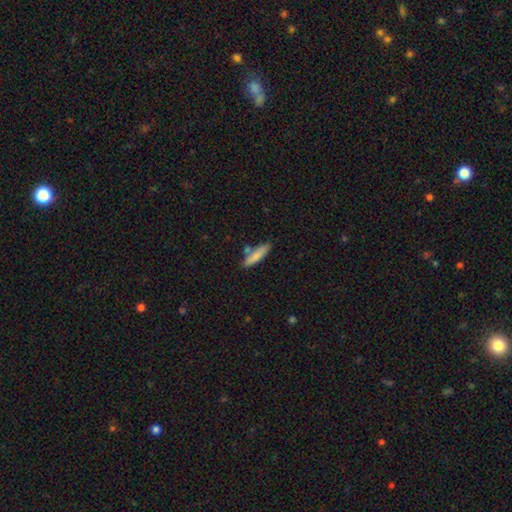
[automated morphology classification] Smooth or featured?
  - smooth: 81% *
  - featured or disk: 13%
  - star or artifact: 6%
How rounded?
  - cigar-shaped: 77% *
  - in between: 22%
  - round: 2%
Merging?
  - none: 75% *
  - minor disturbance: 13%
  - merger: 9%
  - major disturbance: 3%